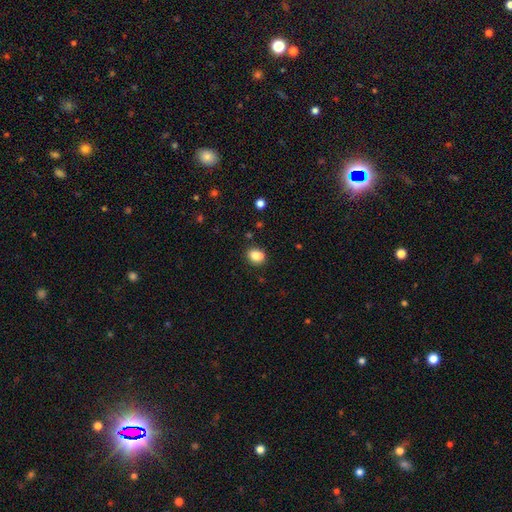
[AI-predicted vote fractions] A smooth galaxy with no disk features (84%) that is in between round and cigar-shaped (53%).

Vote fractions:
- Smooth or featured? smooth: 84% / star or artifact: 10% / featured or disk: 7%
- How rounded? in between: 53% / round: 46% / cigar-shaped: 1%
- Merging? none: 77% / minor disturbance: 13% / merger: 7% / major disturbance: 3%